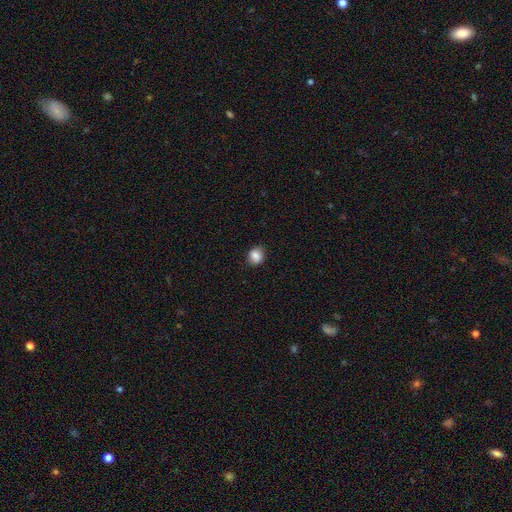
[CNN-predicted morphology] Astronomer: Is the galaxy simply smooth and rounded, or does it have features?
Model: smooth — 86%.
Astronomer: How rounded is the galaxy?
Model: round — 64%.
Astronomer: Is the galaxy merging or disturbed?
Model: none — 83%.